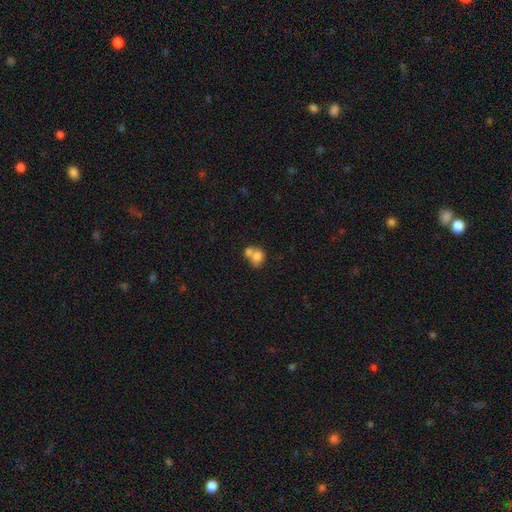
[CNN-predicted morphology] Q: Smooth or featured?
A: smooth (74%); runner-up: featured or disk (17%)
Q: How rounded?
A: in between (55%); runner-up: round (43%)
Q: Merging?
A: merger (63%); runner-up: none (24%)